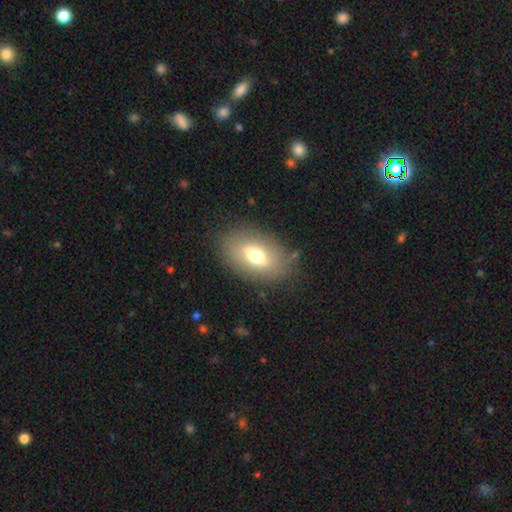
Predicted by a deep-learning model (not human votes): A smooth galaxy with no disk features (63%) that is in between round and cigar-shaped (85%).

Vote fractions:
- Smooth or featured? smooth: 63% / featured or disk: 27% / star or artifact: 10%
- How rounded? in between: 85% / round: 12% / cigar-shaped: 3%
- Merging? none: 80% / minor disturbance: 13% / major disturbance: 5% / merger: 2%